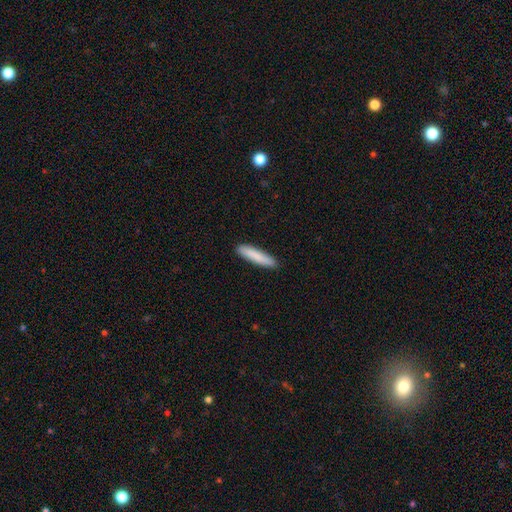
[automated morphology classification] Smooth or featured: smooth — 85% (featured or disk — 9%)
How rounded: cigar-shaped — 87% (in between — 12%)
Merging: none — 90% (minor disturbance — 7%)